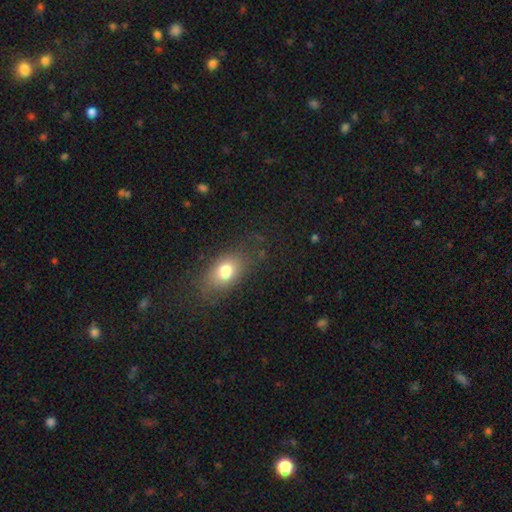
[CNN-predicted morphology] This is likely a smooth galaxy (69%). How rounded: likely in between (71%). Merging: clearly none (83%).